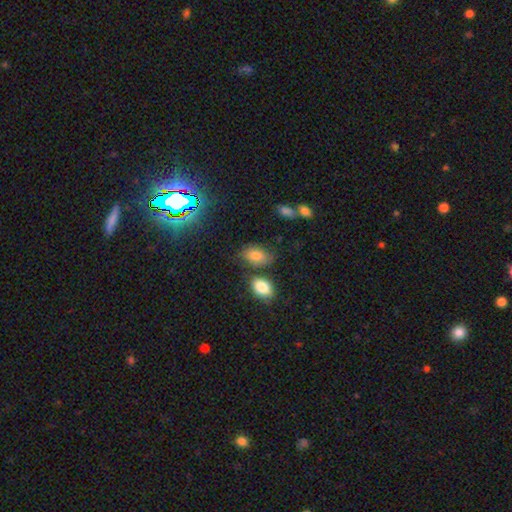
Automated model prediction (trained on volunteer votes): smooth-or-featured: smooth: 77% | star or artifact: 13% | featured or disk: 10%
  how-rounded: in between: 87% | round: 11% | cigar-shaped: 2%
  merging: none: 66% | minor disturbance: 18% | merger: 11% | major disturbance: 5%